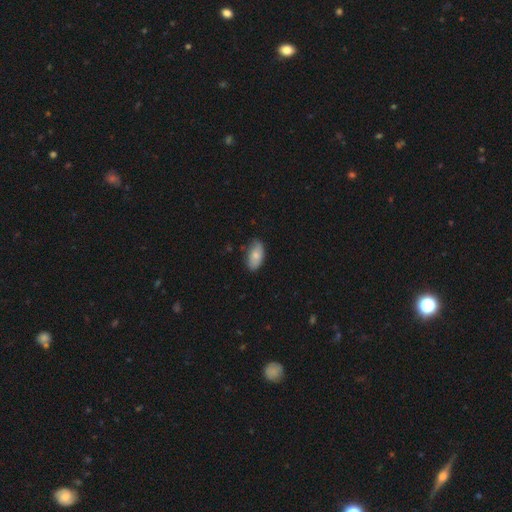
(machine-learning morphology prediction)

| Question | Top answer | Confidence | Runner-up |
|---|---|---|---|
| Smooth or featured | smooth | 77% | featured or disk (17%) |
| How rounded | in between | 94% | round (4%) |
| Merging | none | 70% | minor disturbance (25%) |